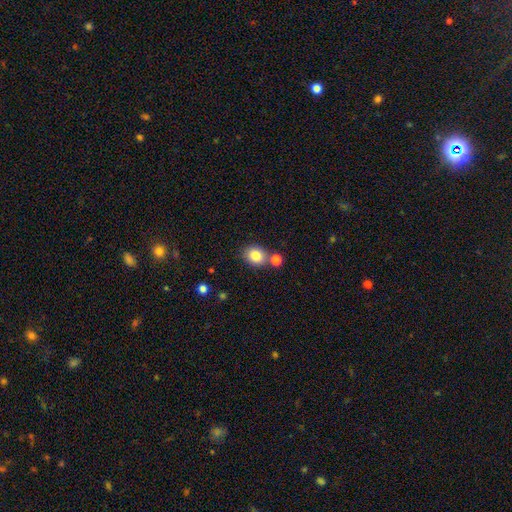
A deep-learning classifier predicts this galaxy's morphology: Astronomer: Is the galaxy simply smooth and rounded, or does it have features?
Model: smooth — 83%.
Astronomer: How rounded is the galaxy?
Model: round — 57% (runner-up: in between, 42%).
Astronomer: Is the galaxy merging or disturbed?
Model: none — 69%.